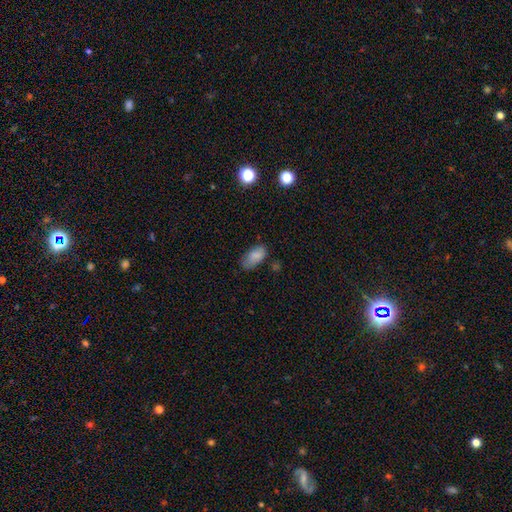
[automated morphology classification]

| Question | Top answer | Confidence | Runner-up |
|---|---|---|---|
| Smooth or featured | smooth | 84% | star or artifact (8%) |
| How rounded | in between | 93% | cigar-shaped (4%) |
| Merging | none | 63% | minor disturbance (28%) |